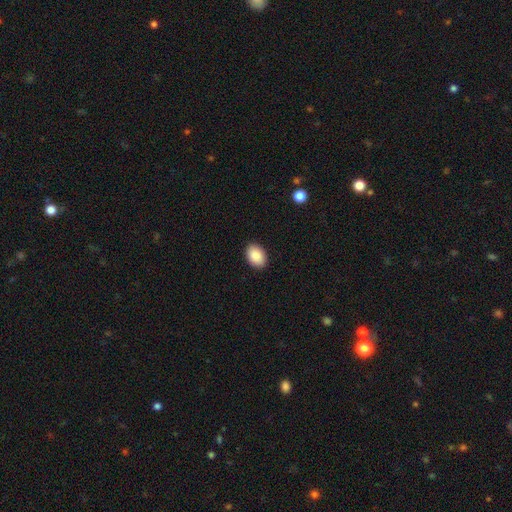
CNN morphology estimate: Smooth or featured?
  - smooth: 88% *
  - star or artifact: 7%
  - featured or disk: 5%
How rounded?
  - in between: 82% *
  - round: 17%
  - cigar-shaped: 1%
Merging?
  - none: 90% *
  - minor disturbance: 7%
  - major disturbance: 2%
  - merger: 1%